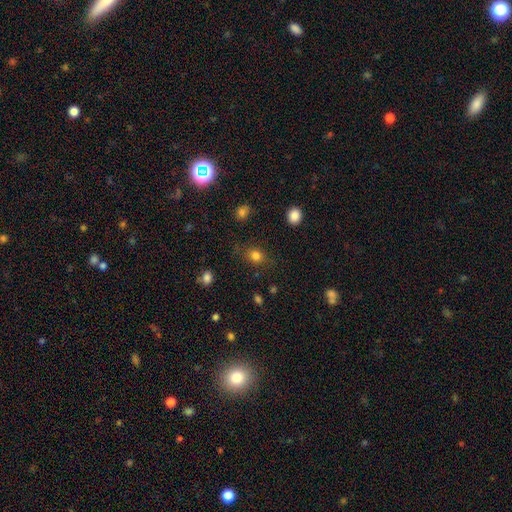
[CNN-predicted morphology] smooth 81%, star or artifact 13%, featured or disk 6%. Down the decision tree: how rounded — round (59%); merging — none (79%).